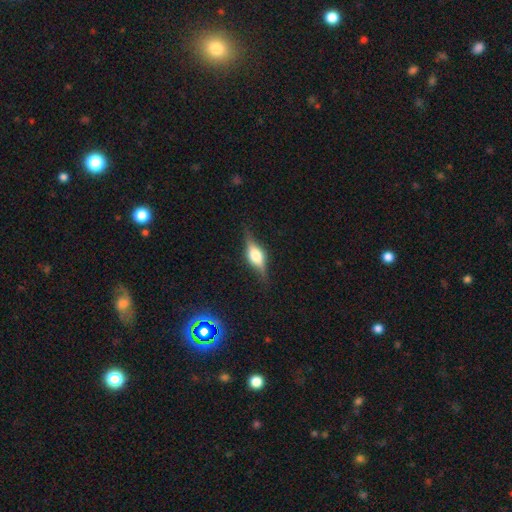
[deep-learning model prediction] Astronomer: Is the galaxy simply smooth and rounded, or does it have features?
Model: featured or disk — 66%.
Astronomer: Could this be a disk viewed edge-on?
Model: yes — 94%.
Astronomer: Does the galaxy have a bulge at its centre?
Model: rounded — 88%.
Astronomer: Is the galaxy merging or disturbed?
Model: none — 81%.